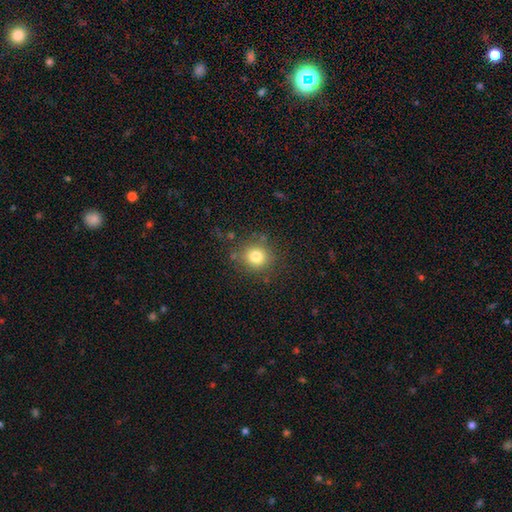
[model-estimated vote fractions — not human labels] Smooth or featured? smooth (80%)
How rounded? round (88%)
Merging? none (83%)